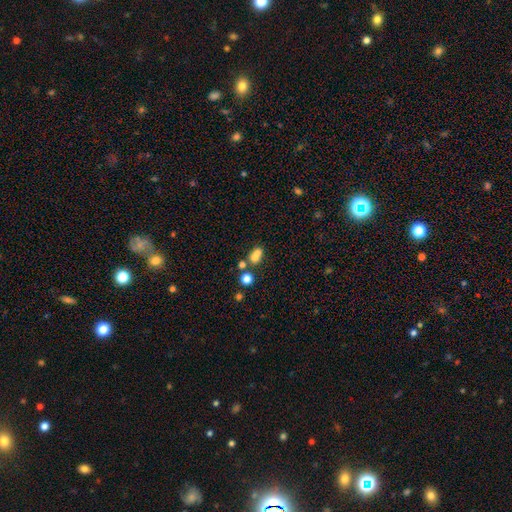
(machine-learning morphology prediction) smooth-or-featured: smooth: 69% | featured or disk: 16% | star or artifact: 15%
  how-rounded: in between: 52% | round: 46% | cigar-shaped: 3%
  merging: merger: 51% | none: 35% | minor disturbance: 9% | major disturbance: 5%